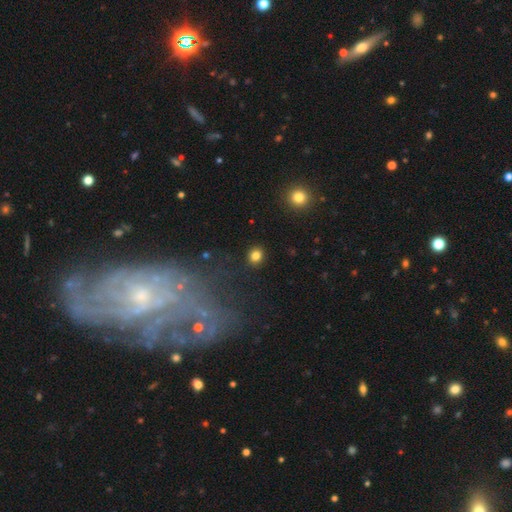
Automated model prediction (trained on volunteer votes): The model was most divided on "how rounded": round: 80%, in between: 19%, cigar-shaped: 1%. More confident: merging — none (90%); smooth or featured — smooth (83%).